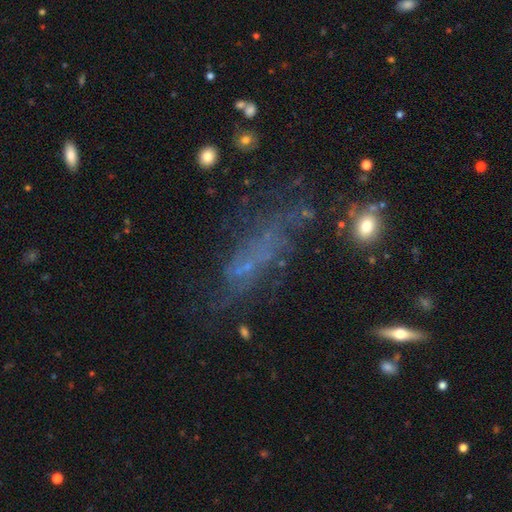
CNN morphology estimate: type=featured or disk (42%); merging=none (49%).